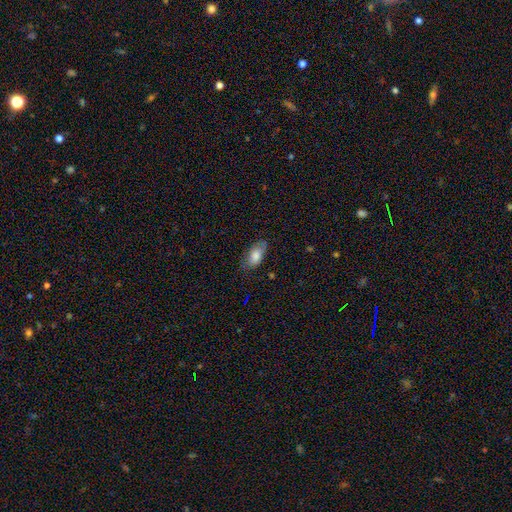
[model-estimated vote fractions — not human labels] smooth-or-featured: smooth: 77% | featured or disk: 16% | star or artifact: 7%
  how-rounded: in between: 91% | cigar-shaped: 5% | round: 4%
  merging: none: 69% | minor disturbance: 24% | major disturbance: 6% | merger: 1%